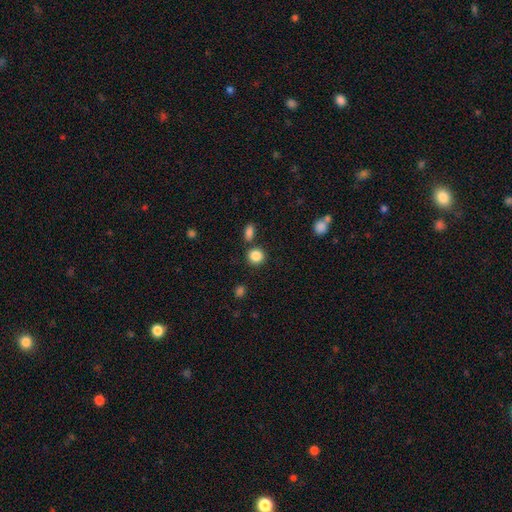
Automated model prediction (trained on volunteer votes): This appears to be a smooth galaxy with no disk features (86%) that is round (85%). Merging: none (78%).